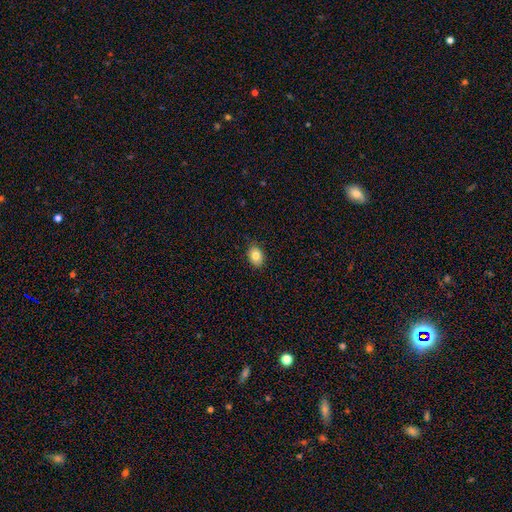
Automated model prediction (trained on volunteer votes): This appears to be a smooth galaxy with no disk features (81%) that is in between round and cigar-shaped (70%). Merging: none (85%).